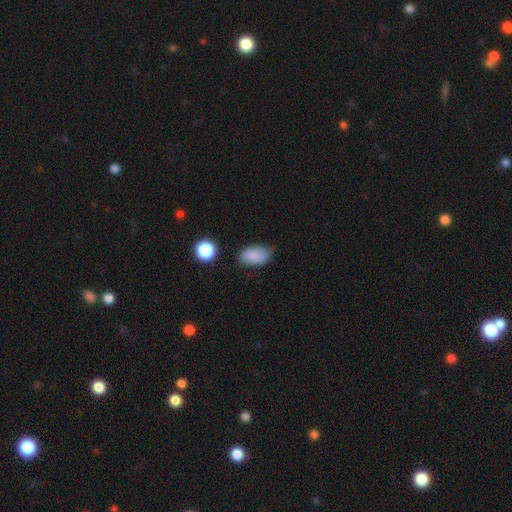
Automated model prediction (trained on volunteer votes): smooth-or-featured: smooth: 86% | star or artifact: 8% | featured or disk: 6%
  how-rounded: in between: 91% | round: 8% | cigar-shaped: 2%
  merging: none: 72% | minor disturbance: 21% | major disturbance: 4% | merger: 3%